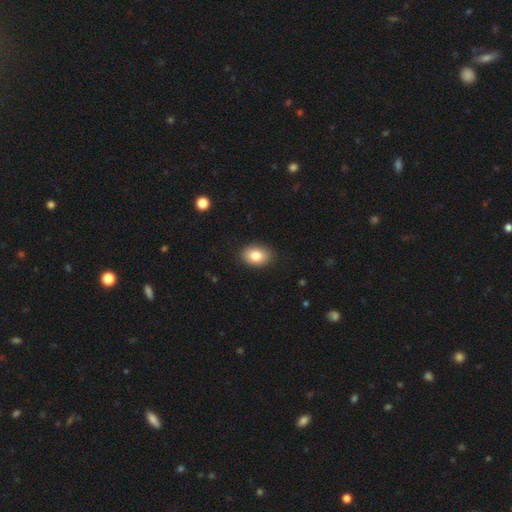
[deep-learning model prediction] Smooth or featured? smooth (82%)
How rounded? in between (78%)
Merging? none (88%)